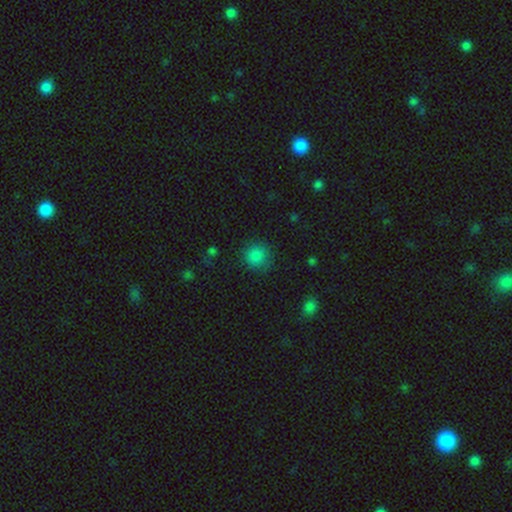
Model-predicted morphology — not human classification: The model was most divided on "smooth or featured": smooth: 84%, star or artifact: 12%, featured or disk: 4%. More confident: how rounded — round (92%); merging — none (84%).